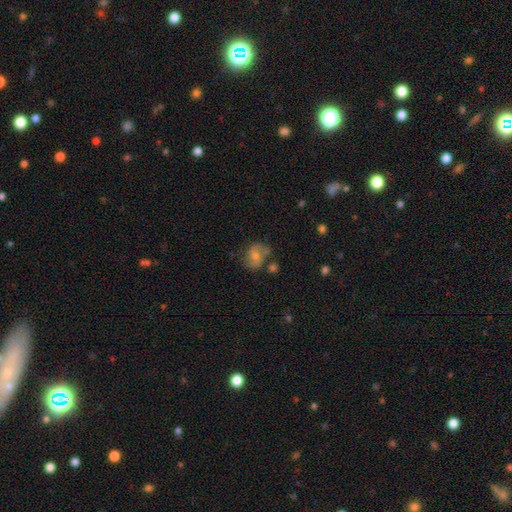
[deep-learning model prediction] Smooth or featured? smooth (54%)
How rounded? in between (54%)
Merging? none (49%)